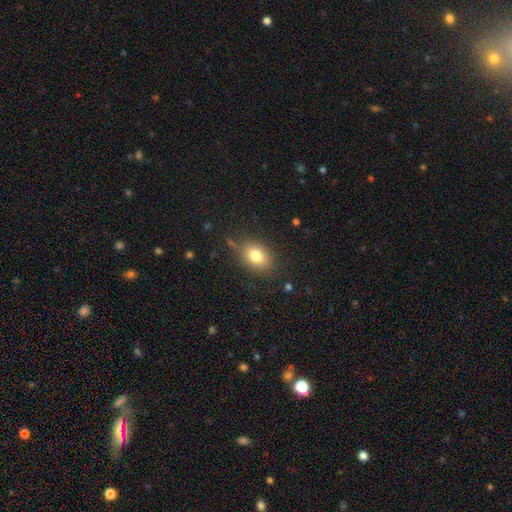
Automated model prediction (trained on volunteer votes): This appears to be a smooth galaxy with no disk features (79%) that is in between round and cigar-shaped (73%). Merging: none (77%).